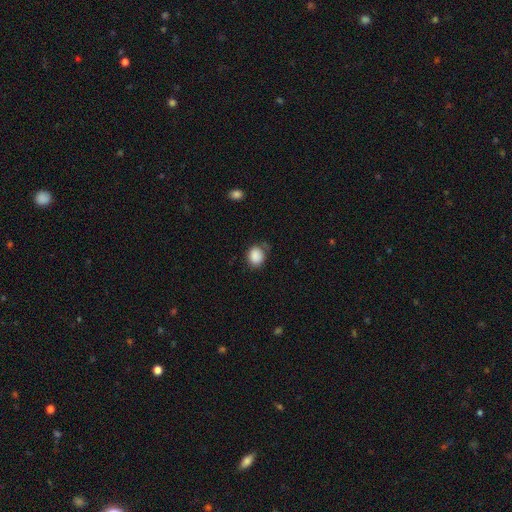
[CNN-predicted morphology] Smooth or featured? smooth (88%)
How rounded? round (58%)
Merging? none (69%)